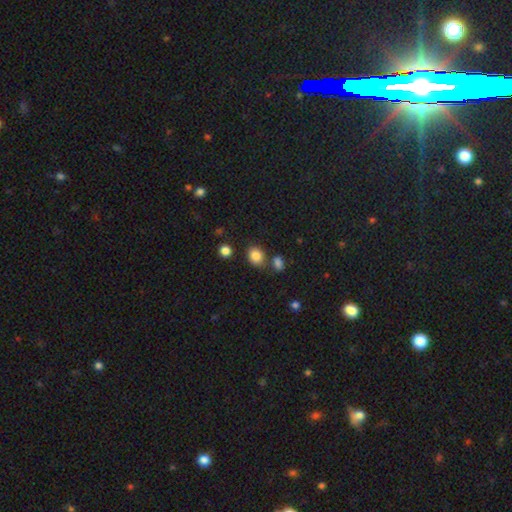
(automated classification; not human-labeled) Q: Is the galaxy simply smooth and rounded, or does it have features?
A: smooth — 84%.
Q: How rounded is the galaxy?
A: round — 57%.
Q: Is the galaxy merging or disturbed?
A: none — 69%.